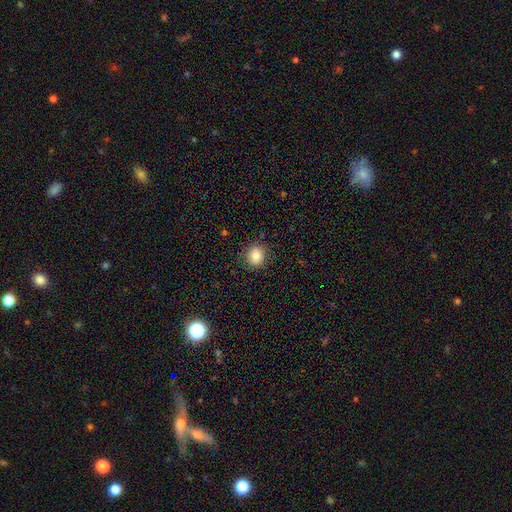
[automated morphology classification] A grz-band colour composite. It shows a smooth galaxy with no disk features (83%) that is round (78%). Merging: none (88%).